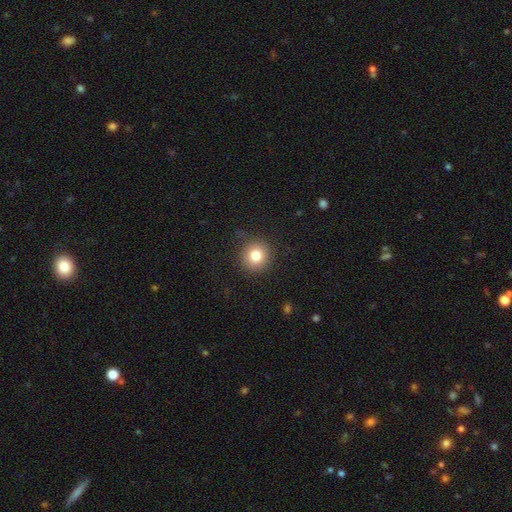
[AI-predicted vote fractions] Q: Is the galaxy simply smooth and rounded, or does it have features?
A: smooth — 81%.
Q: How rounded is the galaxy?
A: round — 92%.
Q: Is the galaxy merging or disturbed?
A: none — 86%.